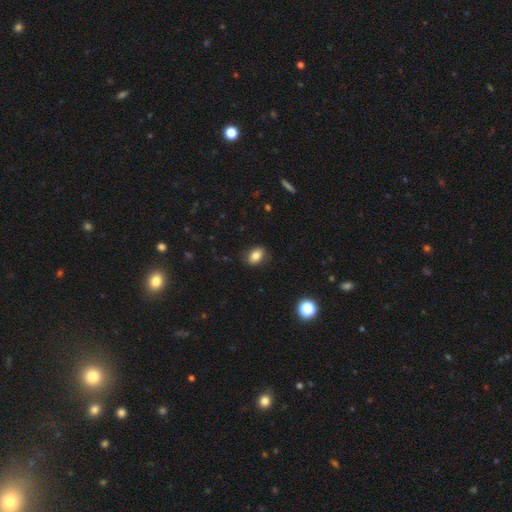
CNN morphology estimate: A smooth galaxy with no disk features (81%) that is in between round and cigar-shaped (72%).

Vote fractions:
- Smooth or featured? smooth: 81% / star or artifact: 10% / featured or disk: 9%
- How rounded? in between: 72% / round: 26% / cigar-shaped: 1%
- Merging? none: 85% / minor disturbance: 11% / major disturbance: 3% / merger: 1%